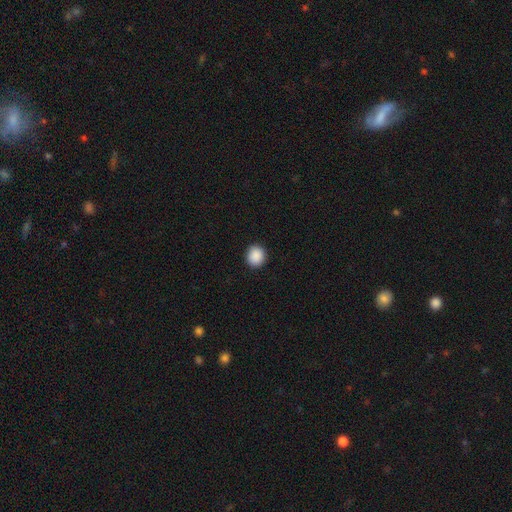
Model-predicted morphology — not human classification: smooth 89%, star or artifact 8%, featured or disk 2%. Down the decision tree: how rounded — round (88%); merging — none (92%).